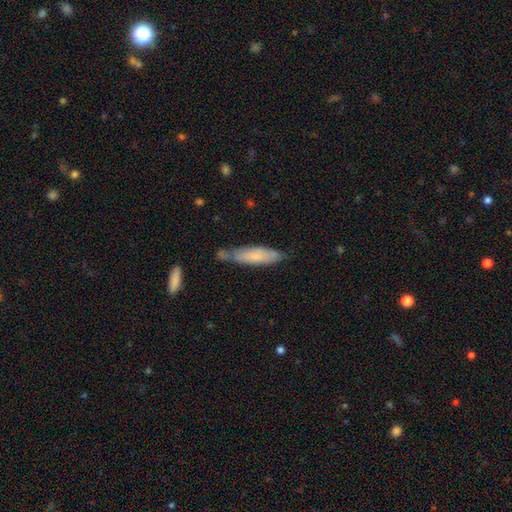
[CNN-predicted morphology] A smooth galaxy with no disk features (64%) that is cigar-shaped (71%). Merging: none (61%).